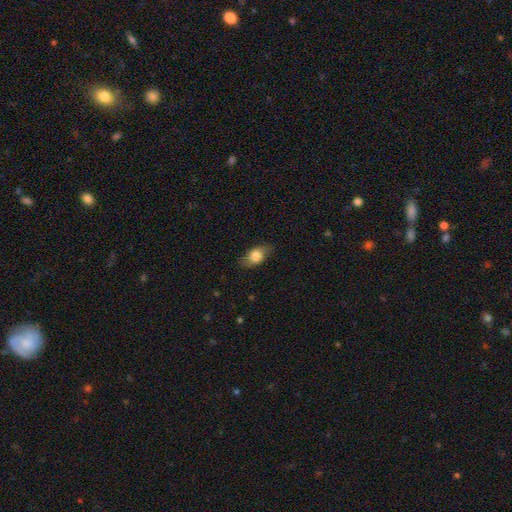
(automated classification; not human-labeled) The model was most divided on "smooth or featured": smooth: 76%, featured or disk: 16%, star or artifact: 7%. More confident: how rounded — in between (84%); merging — none (78%).